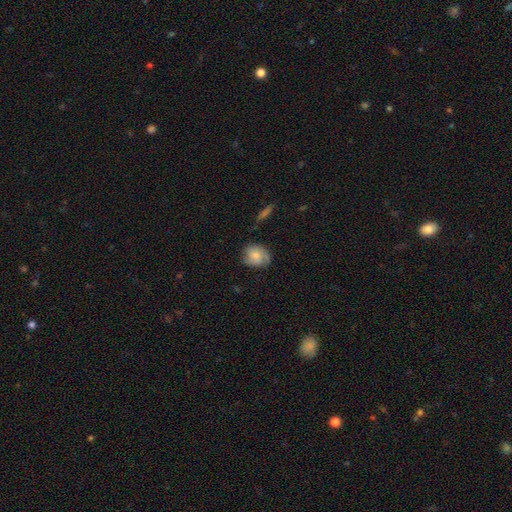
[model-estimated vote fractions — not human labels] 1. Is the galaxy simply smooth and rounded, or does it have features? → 49% smooth, 44% featured or disk, 7% star or artifact.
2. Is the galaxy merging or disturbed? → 65% none, 25% minor disturbance, 8% major disturbance, 2% merger.